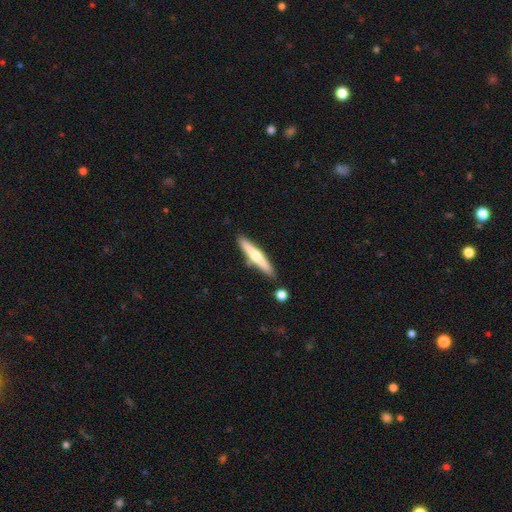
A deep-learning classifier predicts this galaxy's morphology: A featured or disk galaxy (51%) viewed edge-on (95%).

Vote fractions:
- Smooth or featured? featured or disk: 51% / smooth: 43% / star or artifact: 5%
- Edge-on disk? yes: 95% / no: 5%
- Merging? none: 83% / minor disturbance: 10% / merger: 5% / major disturbance: 2%